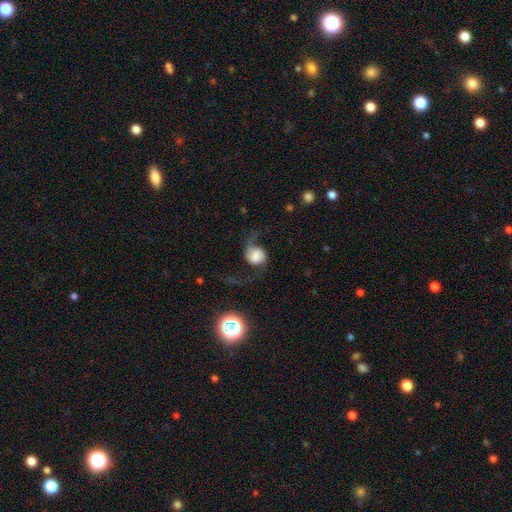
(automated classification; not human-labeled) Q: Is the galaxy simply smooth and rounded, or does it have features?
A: featured or disk — 60%.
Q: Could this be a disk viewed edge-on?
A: no — 97%.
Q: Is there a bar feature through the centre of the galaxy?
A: no — 59%.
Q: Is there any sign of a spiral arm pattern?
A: yes — 93%.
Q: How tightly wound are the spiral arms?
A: loose — 80%.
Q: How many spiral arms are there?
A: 2 — 88%.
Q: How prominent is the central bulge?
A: dominant — 31%.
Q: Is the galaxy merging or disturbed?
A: none — 53%.